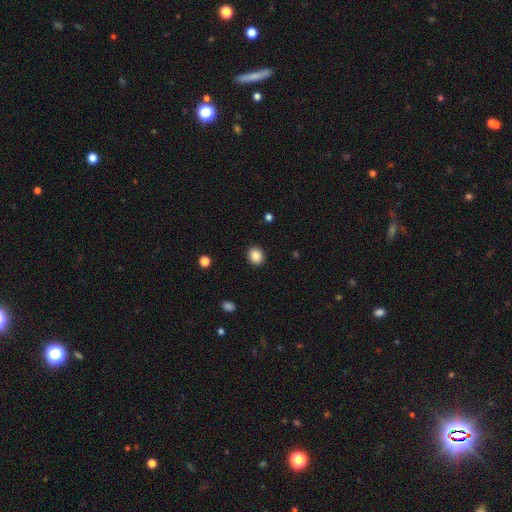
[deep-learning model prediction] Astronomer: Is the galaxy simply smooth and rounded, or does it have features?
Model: smooth — 87%.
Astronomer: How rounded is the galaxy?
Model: round — 75%.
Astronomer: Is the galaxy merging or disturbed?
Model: none — 91%.